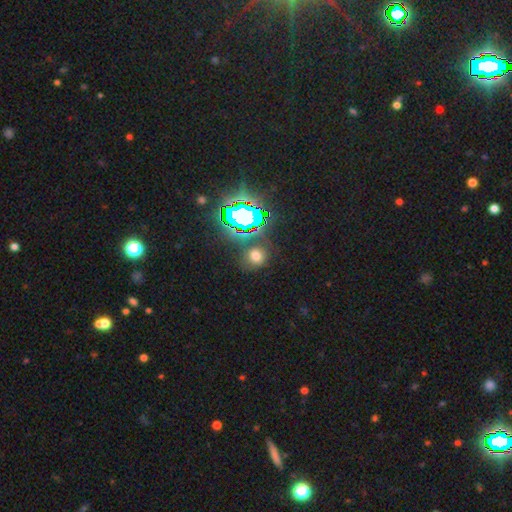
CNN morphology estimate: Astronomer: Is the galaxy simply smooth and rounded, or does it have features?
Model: smooth — 58% (runner-up: star or artifact, 34%).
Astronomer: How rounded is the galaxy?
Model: round — 80%.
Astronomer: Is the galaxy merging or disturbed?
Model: none — 80%.